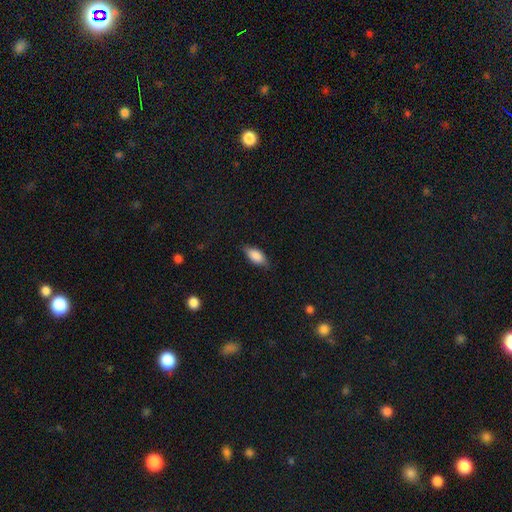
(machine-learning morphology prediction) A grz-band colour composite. It shows a smooth galaxy with no disk features (83%) that is in between round and cigar-shaped (85%). Merging: none (79%).